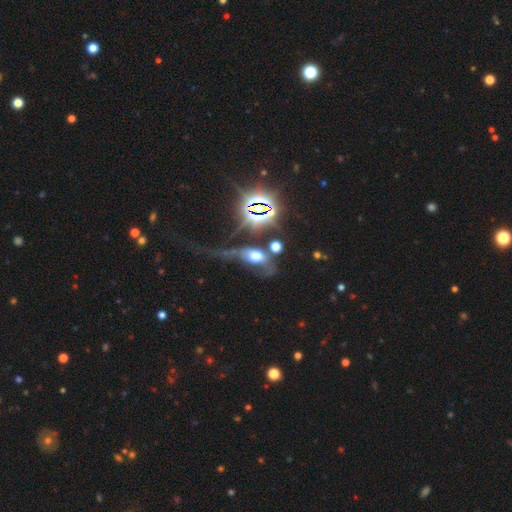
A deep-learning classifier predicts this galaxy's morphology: Smooth or featured? Predicted: smooth (p=0.41). Merging? Predicted: major disturbance (p=0.44).